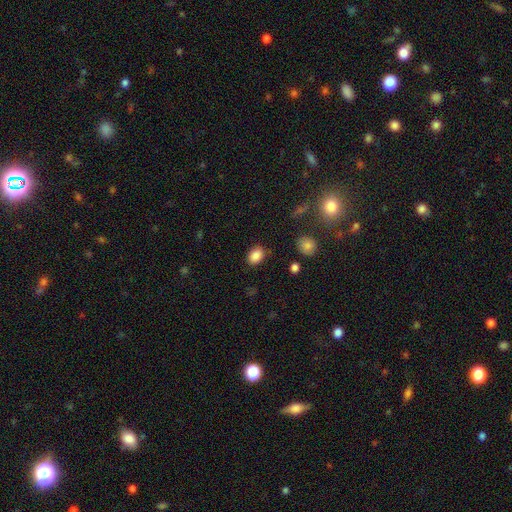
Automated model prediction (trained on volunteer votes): Overall: smooth (87%). How rounded: in between (75%). Merging: none (85%).